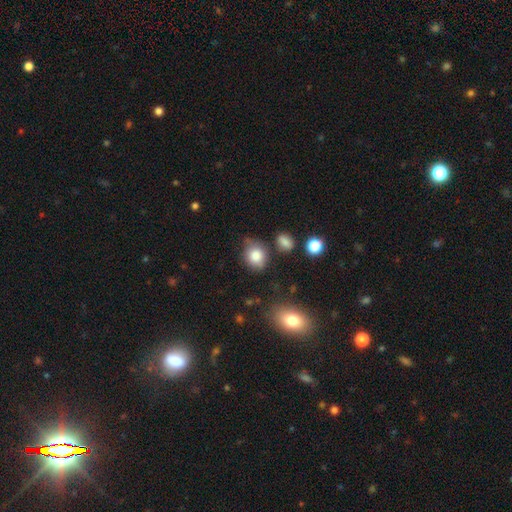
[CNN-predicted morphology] A smooth galaxy with no disk features (82%) that is round (56%).

Vote fractions:
- Smooth or featured? smooth: 82% / star or artifact: 9% / featured or disk: 9%
- How rounded? round: 56% / in between: 43% / cigar-shaped: 1%
- Merging? none: 59% / minor disturbance: 27% / major disturbance: 8% / merger: 7%